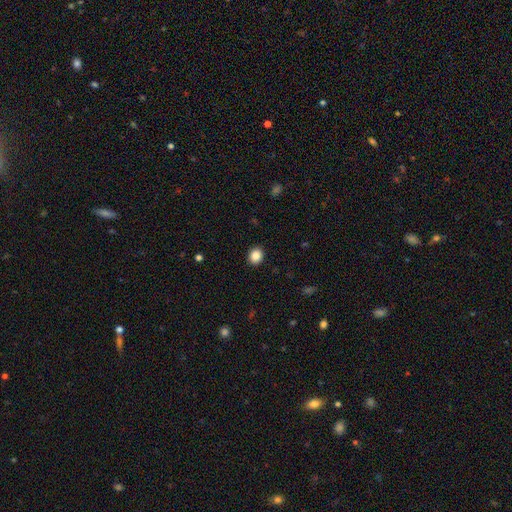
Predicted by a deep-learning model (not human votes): Overall: smooth (87%). How rounded: round (67%; in between 32%). Merging: none (91%).